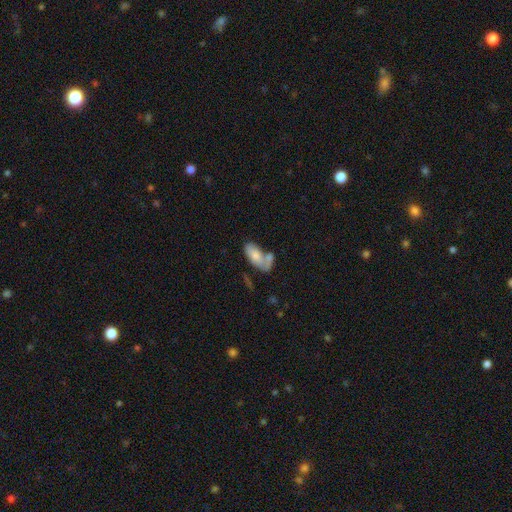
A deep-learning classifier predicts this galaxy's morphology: Overall: smooth (70%). How rounded: in between (89%). Merging: merger (39%; none 33%).